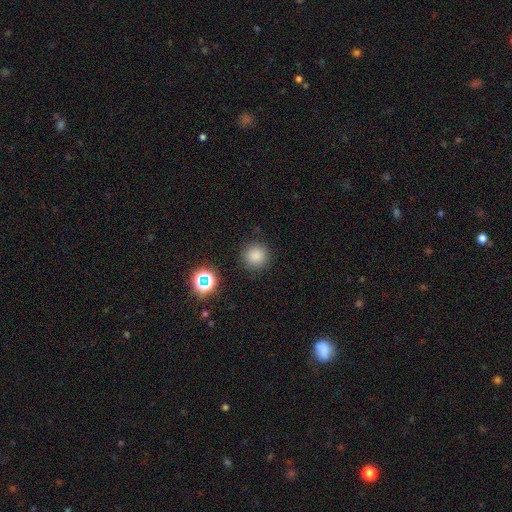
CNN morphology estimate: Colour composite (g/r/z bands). It shows a smooth galaxy with no disk features (81%) that is round (94%). Merging: none (89%).